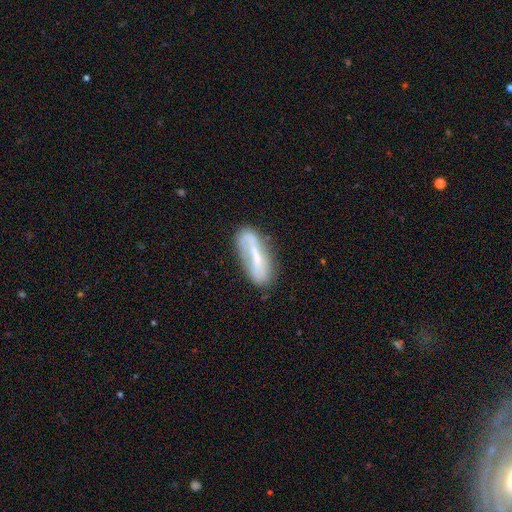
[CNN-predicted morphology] The model was most divided on "smooth or featured": featured or disk: 54%, smooth: 37%, star or artifact: 8%. More confident: edge-on disk — no (79%); merging — none (66%).